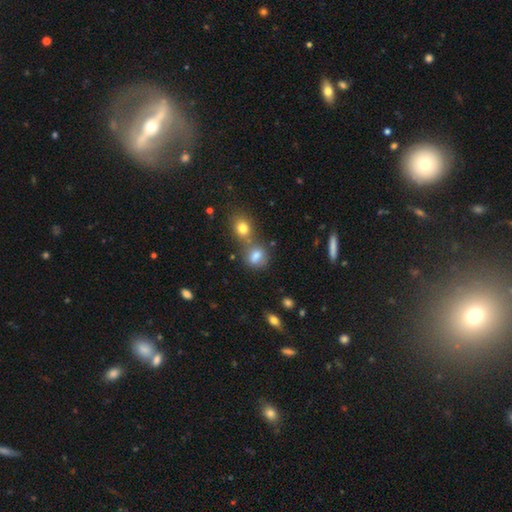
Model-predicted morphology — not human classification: type=smooth (74%); roundness=in between (53%); merging=none (48%).